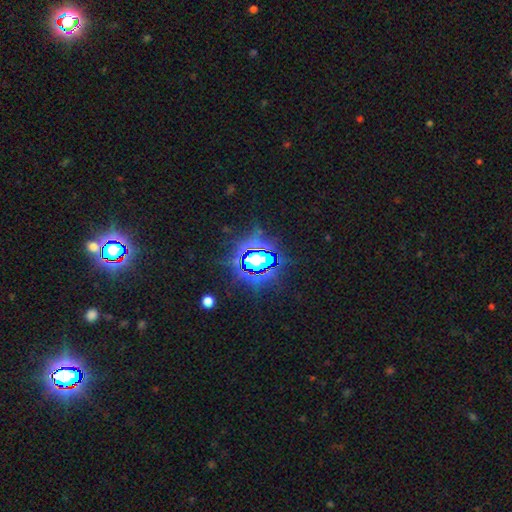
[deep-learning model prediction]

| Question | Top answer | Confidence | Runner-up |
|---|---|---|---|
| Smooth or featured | star or artifact | 84% | smooth (10%) |